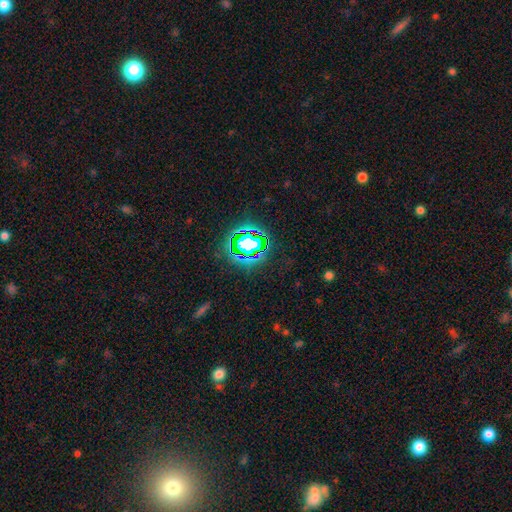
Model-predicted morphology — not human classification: Q: Smooth or featured?
A: star or artifact (69%); runner-up: smooth (20%)